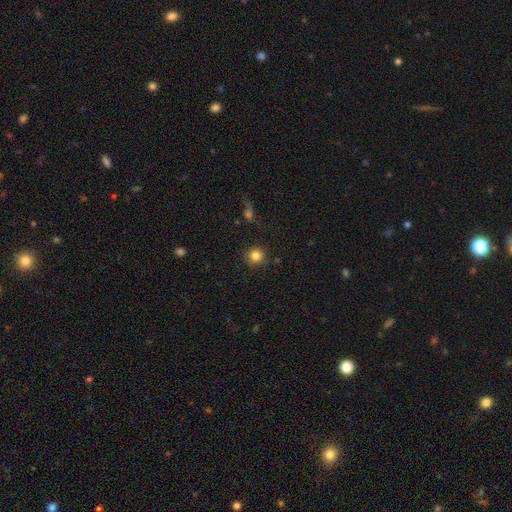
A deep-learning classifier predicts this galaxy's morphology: This appears to be a smooth galaxy with no disk features (84%) that is round (93%). Merging: none (89%).